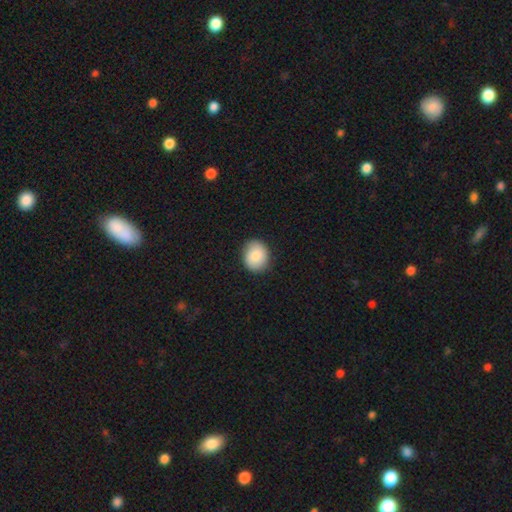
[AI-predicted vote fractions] Smooth or featured? Predicted: smooth (p=0.85). How rounded? Predicted: round (p=0.60). Merging? Predicted: none (p=0.87).